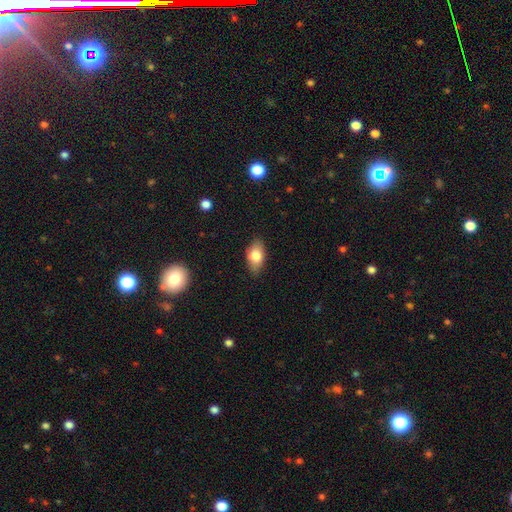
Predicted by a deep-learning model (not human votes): Smooth or featured? smooth (79%)
How rounded? in between (90%)
Merging? none (82%)